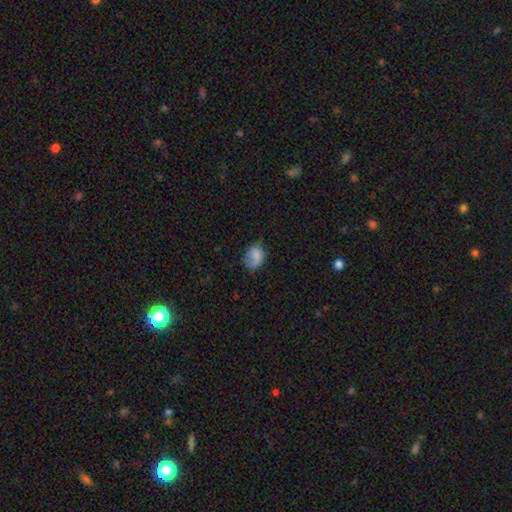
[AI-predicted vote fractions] Morphology: type=smooth (76%); roundness=in between (66%); merging=none (52%).